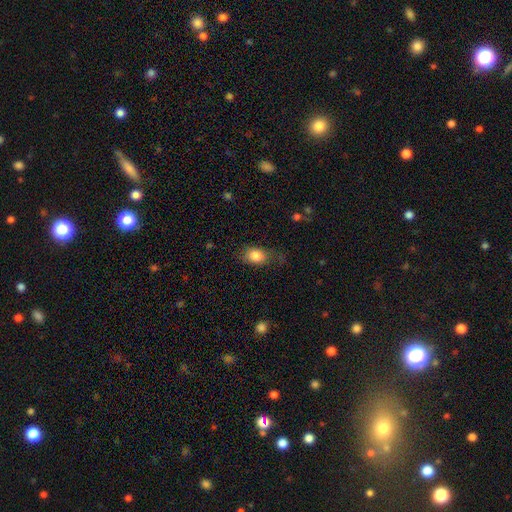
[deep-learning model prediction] A smooth galaxy with no disk features (84%) that is in between round and cigar-shaped (74%).

Vote fractions:
- Smooth or featured? smooth: 84% / star or artifact: 8% / featured or disk: 8%
- How rounded? in between: 74% / round: 24% / cigar-shaped: 2%
- Merging? none: 68% / minor disturbance: 22% / major disturbance: 8% / merger: 2%